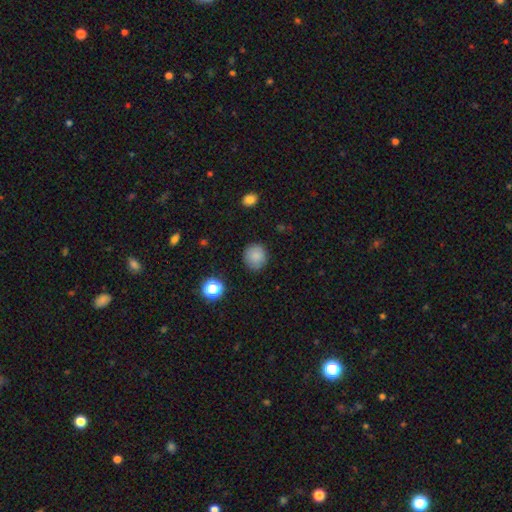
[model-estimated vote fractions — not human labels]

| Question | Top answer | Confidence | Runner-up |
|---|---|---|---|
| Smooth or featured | smooth | 84% | star or artifact (11%) |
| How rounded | round | 89% | in between (10%) |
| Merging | none | 86% | minor disturbance (10%) |